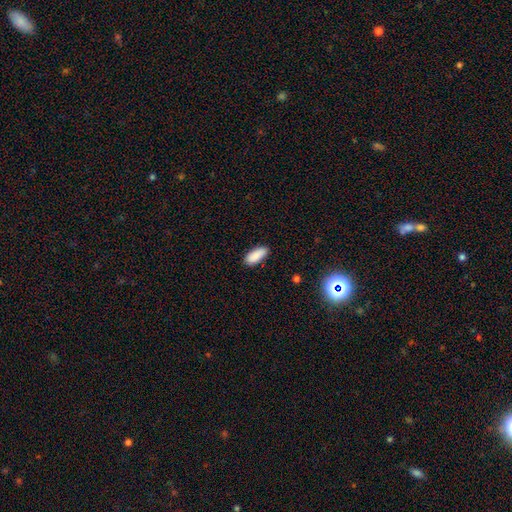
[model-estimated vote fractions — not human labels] Smooth or featured?
  - smooth: 89% *
  - star or artifact: 7%
  - featured or disk: 4%
How rounded?
  - in between: 81% *
  - cigar-shaped: 17%
  - round: 2%
Merging?
  - none: 86% *
  - minor disturbance: 11%
  - major disturbance: 2%
  - merger: 1%